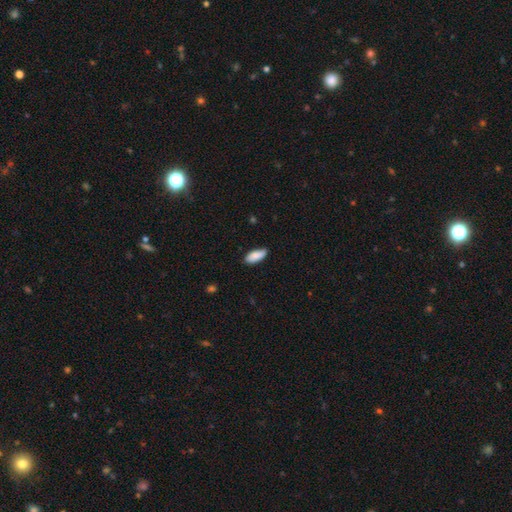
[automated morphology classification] Smooth or featured? smooth (87%)
How rounded? in between (82%)
Merging? none (79%)